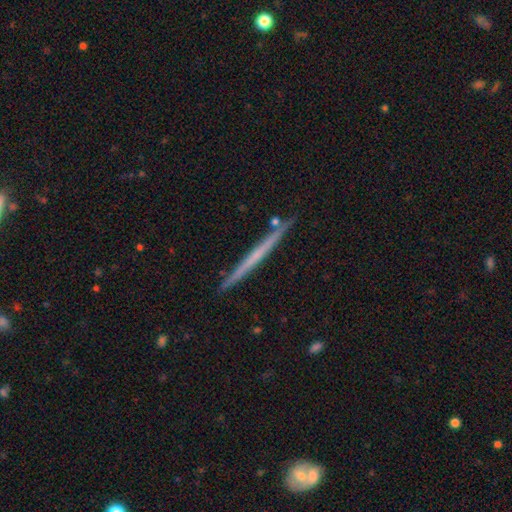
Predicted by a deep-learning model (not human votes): Smooth or featured?
  - featured or disk: 55% *
  - smooth: 39%
  - star or artifact: 6%
Edge-on disk?
  - yes: 98% *
  - no: 2%
Edge-on bulge?
  - none: 89% *
  - rounded: 8%
  - boxy: 3%
Merging?
  - none: 91% *
  - minor disturbance: 7%
  - merger: 2%
  - major disturbance: 1%